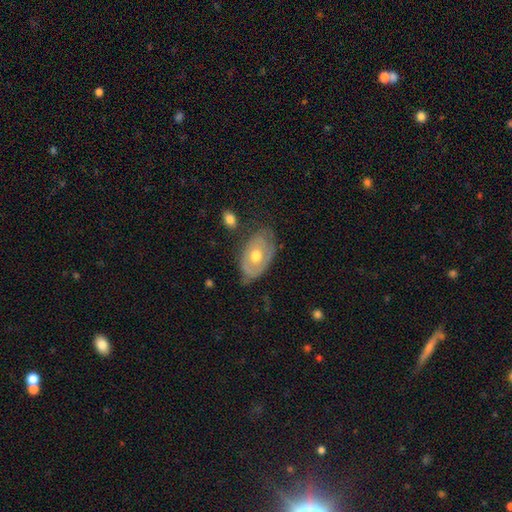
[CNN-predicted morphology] smooth-or-featured: featured or disk: 55% | smooth: 38% | star or artifact: 6%
  disk-edge-on: no: 91% | yes: 9%
    bar: no: 87% | weak: 11% | strong: 2%
    has-spiral-arms: no: 66% | yes: 34%
    bulge-size: moderate: 77% | small: 11% | large: 10% | none: 1% | dominant: 1%
  merging: none: 60% | minor disturbance: 28% | major disturbance: 9% | merger: 3%